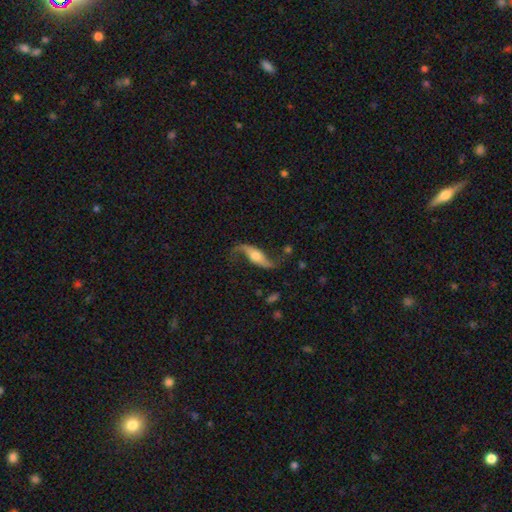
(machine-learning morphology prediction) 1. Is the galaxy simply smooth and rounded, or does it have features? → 84% featured or disk, 10% smooth, 6% star or artifact.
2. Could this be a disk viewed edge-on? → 86% no, 14% yes.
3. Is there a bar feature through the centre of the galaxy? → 52% no, 29% weak, 19% strong.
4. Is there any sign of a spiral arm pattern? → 95% yes, 5% no.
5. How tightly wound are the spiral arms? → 91% loose, 7% medium, 2% tight.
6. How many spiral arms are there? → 92% 2, 3% 1, 2% can't tell, 1% 3, 1% 4, 1% more than 4.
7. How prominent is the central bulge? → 50% moderate, 22% large, 19% small, 5% none, 4% dominant.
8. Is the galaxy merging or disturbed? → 69% none, 16% minor disturbance, 11% major disturbance, 3% merger.